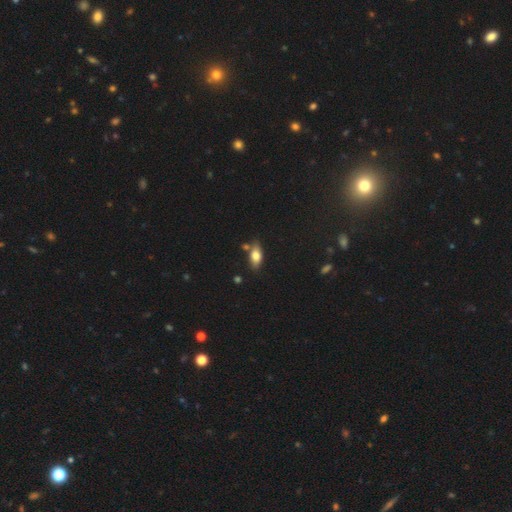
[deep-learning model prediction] Smooth or featured? Predicted: smooth (p=0.71). How rounded? Predicted: in between (p=0.82). Merging? Predicted: none (p=0.74).